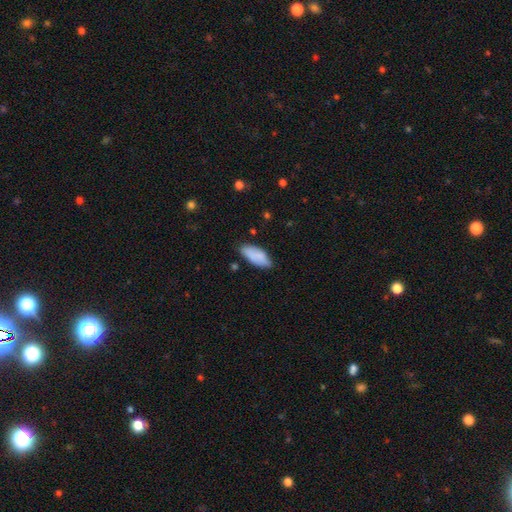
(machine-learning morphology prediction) type=smooth (85%); roundness=in between (85%); merging=none (75%).